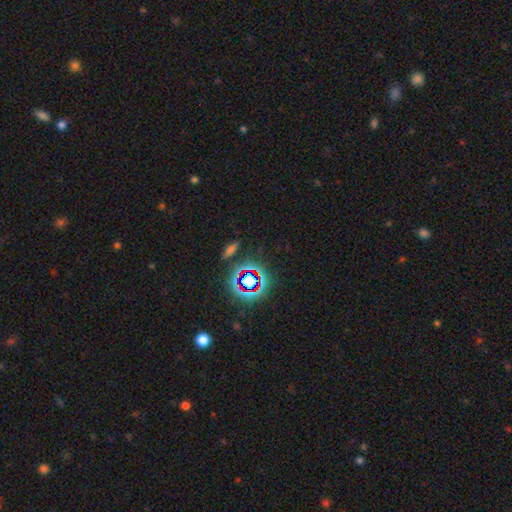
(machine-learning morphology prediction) Smooth or featured?
  - star or artifact: 63% *
  - smooth: 18%
  - featured or disk: 18%